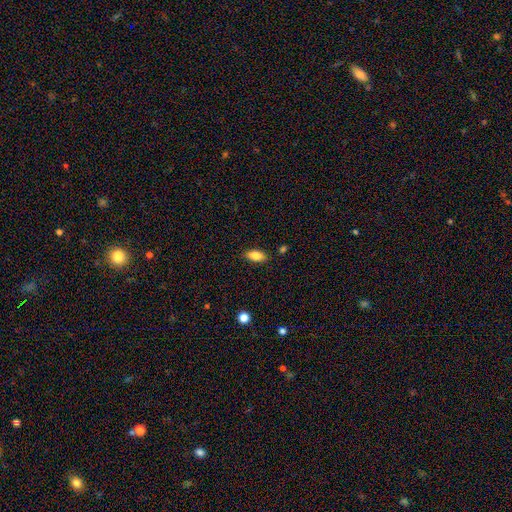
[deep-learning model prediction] This is clearly a smooth galaxy (85%). How rounded: clearly in between (88%). Merging: clearly none (84%).